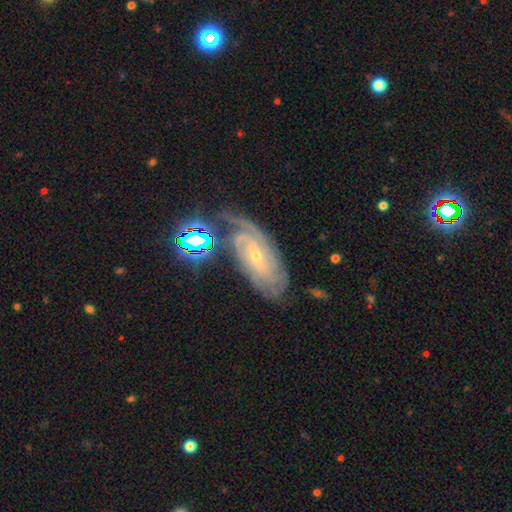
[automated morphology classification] A featured or disk galaxy (83%) with a weak bar (46%), tight (66%) spiral arms (96%) and a small central bulge (78%).

Vote fractions:
- Smooth or featured? featured or disk: 83% / smooth: 8% / star or artifact: 8%
- Edge-on disk? no: 94% / yes: 6%
- Bar? weak: 46% / no: 32% / strong: 21%
- Spiral arms? yes: 96% / no: 4%
- Spiral winding? tight: 66% / medium: 28% / loose: 6%
- Spiral arm count? can't tell: 32% / 2: 28% / 3: 19% / 4: 10% / 1: 6% / more than 4: 6%
- Bulge size? small: 78% / moderate: 18% / none: 2% / large: 1% / dominant: 1%
- Merging? none: 63% / minor disturbance: 20% / major disturbance: 10% / merger: 7%